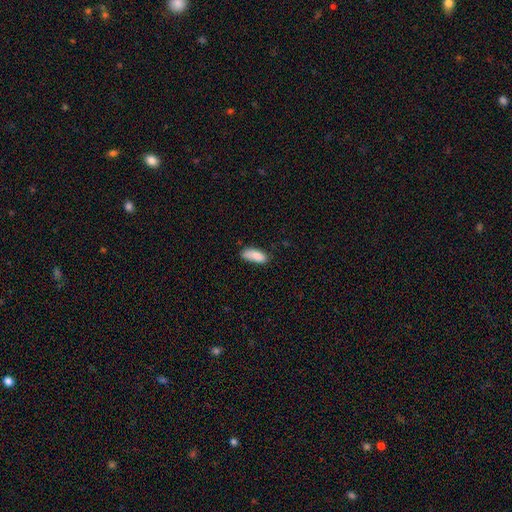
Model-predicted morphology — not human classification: Smooth or featured? smooth (87%)
How rounded? in between (76%)
Merging? none (64%)